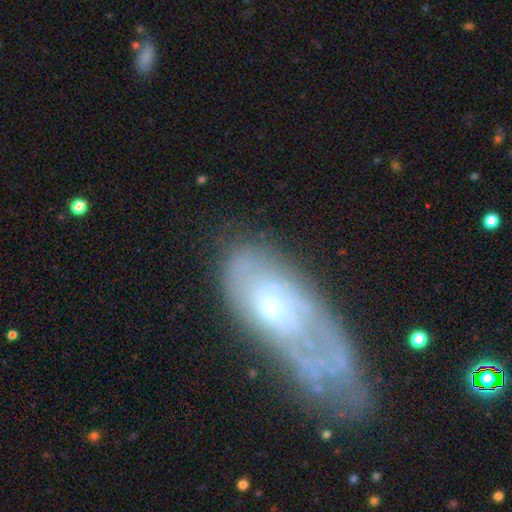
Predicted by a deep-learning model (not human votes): This is possibly a featured or disk galaxy (58%). It is clearly not viewed edge-on (86%). Bar: likely no (78%). Spiral arm pattern: possibly yes (53%). Central bulge: possibly moderate (48%). Merging: possibly none (45%).